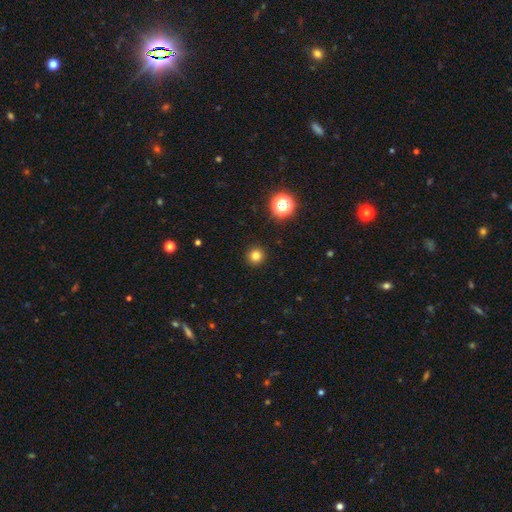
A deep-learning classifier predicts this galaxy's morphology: Overall: smooth (80%). How rounded: round (95%). Merging: none (93%).